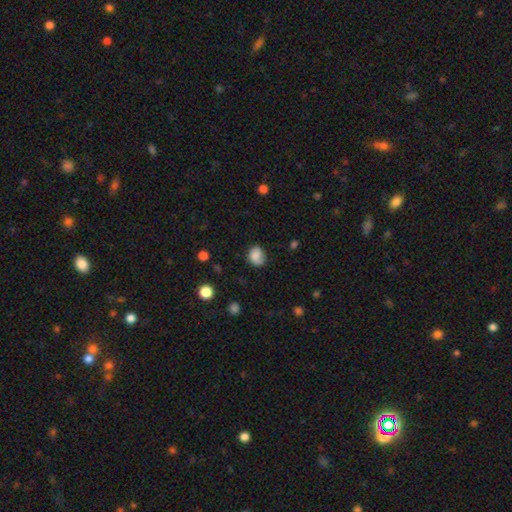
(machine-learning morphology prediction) smooth-or-featured: smooth: 81% | featured or disk: 10% | star or artifact: 9%
  how-rounded: round: 53% | in between: 46% | cigar-shaped: 1%
  merging: none: 67% | minor disturbance: 24% | major disturbance: 7% | merger: 2%